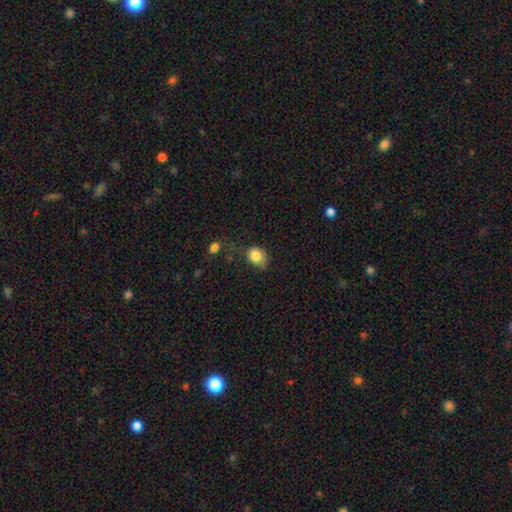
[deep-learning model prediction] Smooth or featured?
  - smooth: 83% *
  - star or artifact: 9%
  - featured or disk: 8%
How rounded?
  - in between: 50% *
  - round: 49%
  - cigar-shaped: 1%
Merging?
  - none: 55% *
  - minor disturbance: 30%
  - major disturbance: 10%
  - merger: 4%